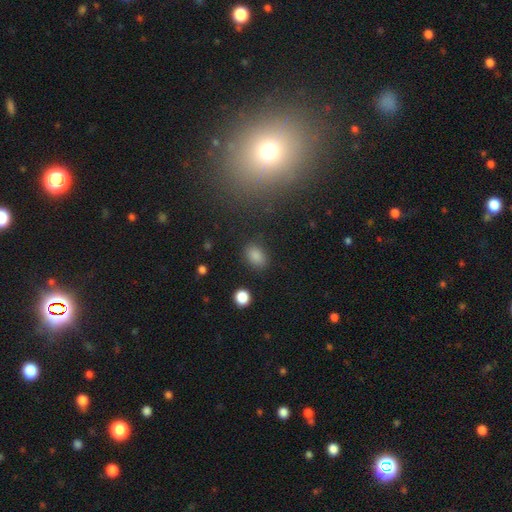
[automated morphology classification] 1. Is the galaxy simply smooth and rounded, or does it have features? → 85% smooth, 11% star or artifact, 4% featured or disk.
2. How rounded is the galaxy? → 81% in between, 18% round, 1% cigar-shaped.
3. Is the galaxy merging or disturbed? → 83% none, 11% minor disturbance, 4% major disturbance, 2% merger.